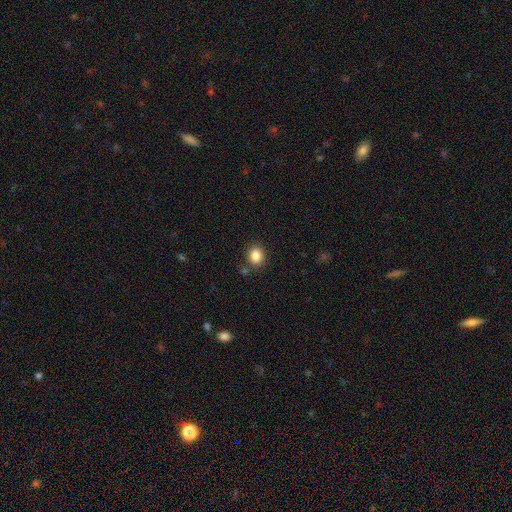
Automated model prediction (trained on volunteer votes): This appears to be a smooth galaxy with no disk features (85%) that is round (67%). Merging: none (83%).